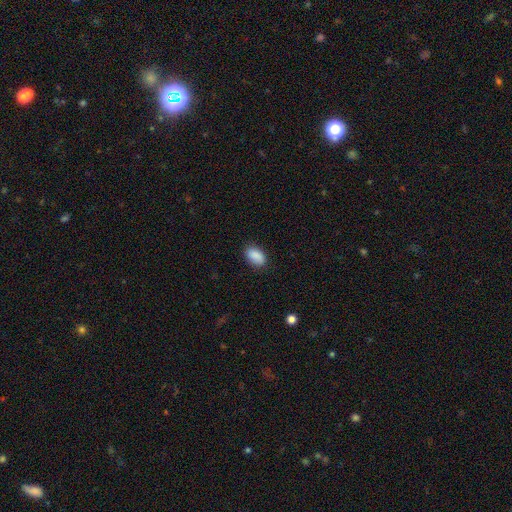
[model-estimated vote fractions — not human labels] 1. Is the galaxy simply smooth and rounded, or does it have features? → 89% smooth, 7% star or artifact, 4% featured or disk.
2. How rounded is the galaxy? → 92% in between, 7% round, 2% cigar-shaped.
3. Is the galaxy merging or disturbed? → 84% none, 12% minor disturbance, 3% major disturbance, 1% merger.